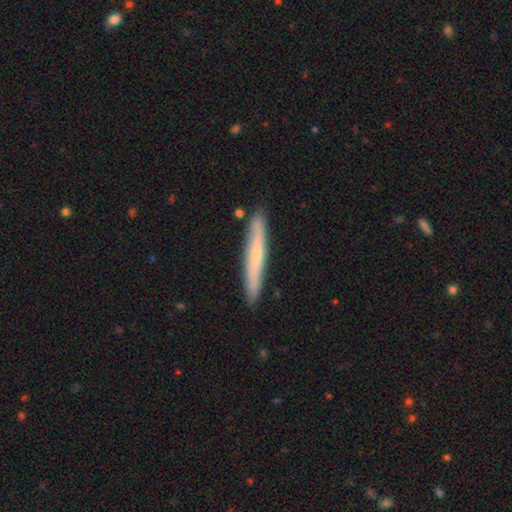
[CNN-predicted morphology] The model was most divided on "smooth or featured": smooth: 57%, featured or disk: 37%, star or artifact: 6%. More confident: how rounded — cigar-shaped (96%); merging — none (88%).